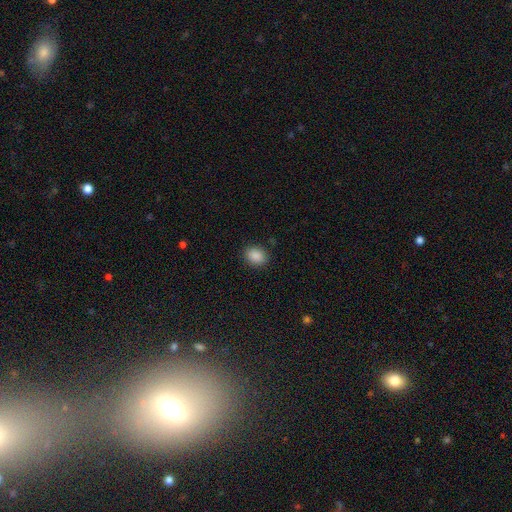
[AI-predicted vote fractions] Smooth or featured: smooth — 88% (star or artifact — 9%)
How rounded: round — 50% (in between — 49%)
Merging: none — 88% (minor disturbance — 8%)